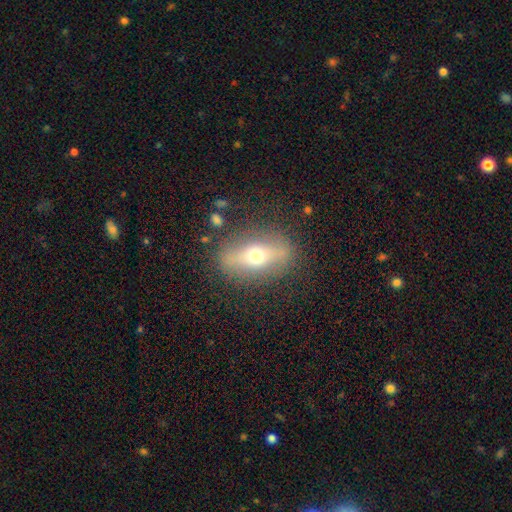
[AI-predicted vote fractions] Smooth or featured: featured or disk — 54% (smooth — 38%)
Edge-on disk: yes — 53% (no — 47%)
Merging: none — 83% (minor disturbance — 11%)